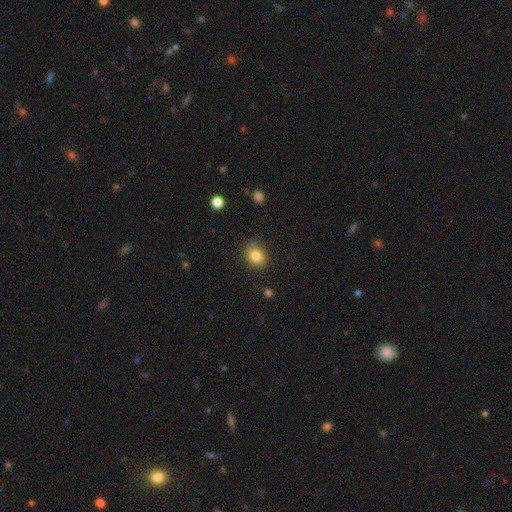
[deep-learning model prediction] This appears to be a smooth galaxy with no disk features (82%) that is round (58%). Merging: none (79%).